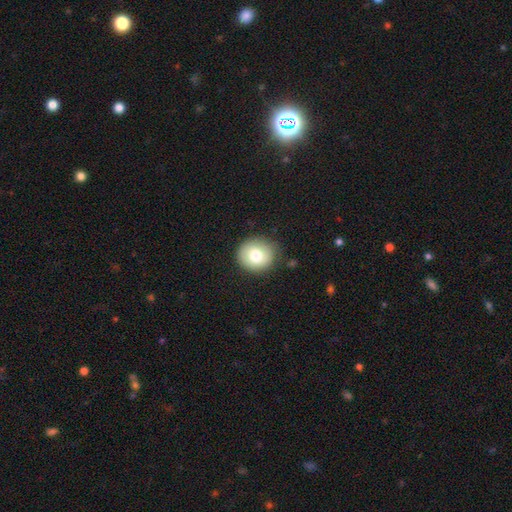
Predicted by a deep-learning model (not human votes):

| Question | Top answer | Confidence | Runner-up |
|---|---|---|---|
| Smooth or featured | smooth | 78% | featured or disk (14%) |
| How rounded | round | 82% | in between (17%) |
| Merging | none | 83% | minor disturbance (13%) |